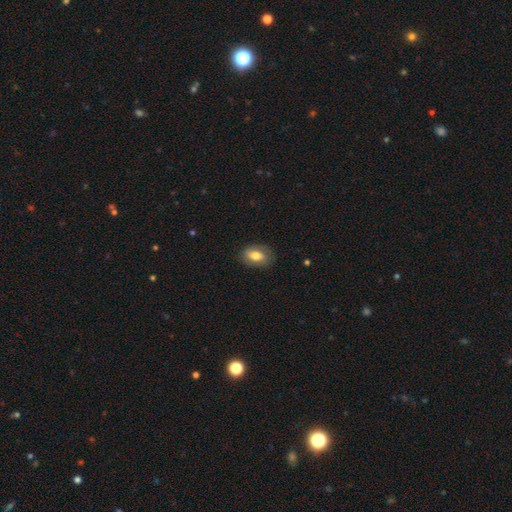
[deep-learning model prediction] Smooth or featured? Predicted: smooth (p=0.66). How rounded? Predicted: in between (p=0.83). Merging? Predicted: none (p=0.79).